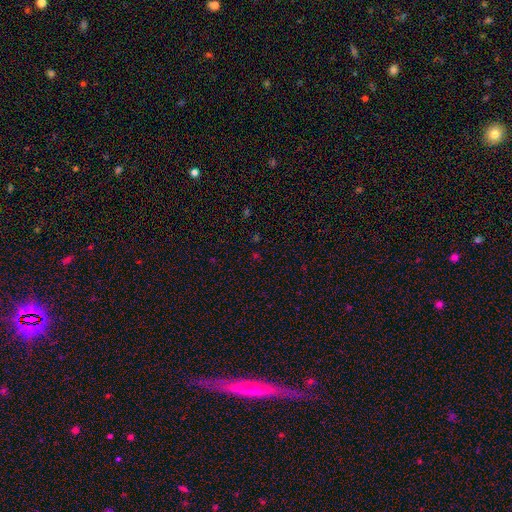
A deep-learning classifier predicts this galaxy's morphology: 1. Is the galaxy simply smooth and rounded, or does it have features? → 57% star or artifact, 35% smooth, 7% featured or disk.